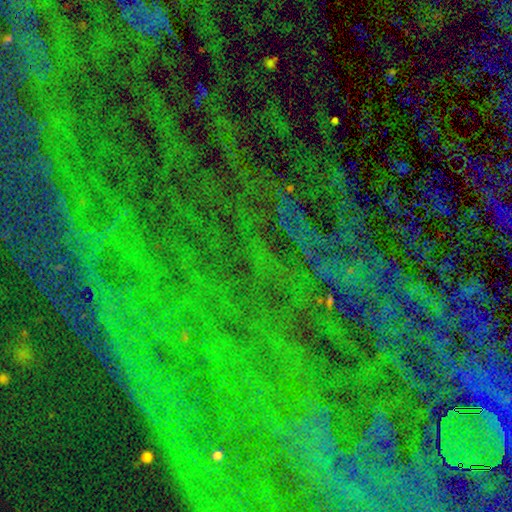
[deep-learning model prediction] smooth_or_featured: star or artifact (p=0.84) [alt: featured or disk p=0.08]